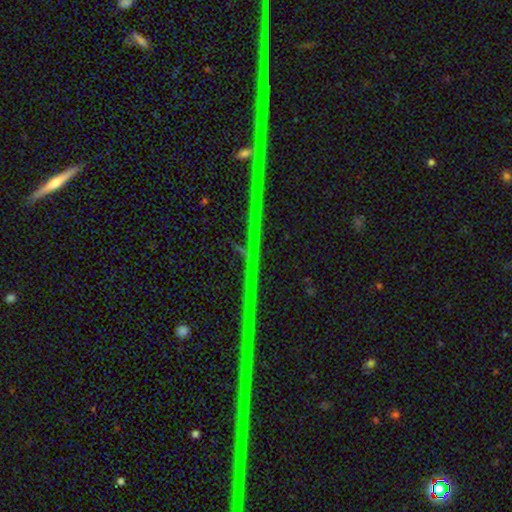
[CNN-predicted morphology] Q: Smooth or featured?
A: star or artifact (79%); runner-up: featured or disk (13%)